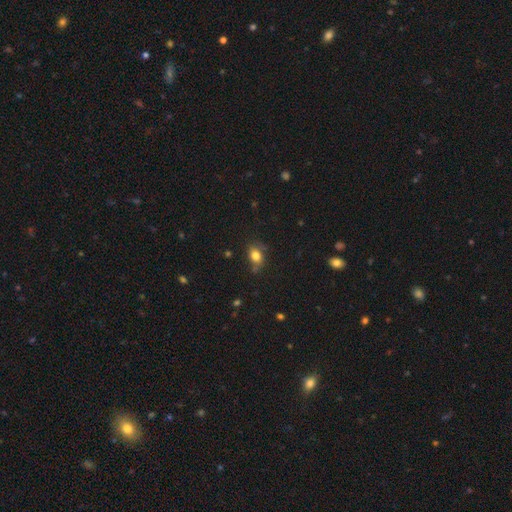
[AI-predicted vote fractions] A smooth galaxy with no disk features (79%) that is in between round and cigar-shaped (62%).

Vote fractions:
- Smooth or featured? smooth: 79% / star or artifact: 11% / featured or disk: 10%
- How rounded? in between: 62% / round: 36% / cigar-shaped: 2%
- Merging? none: 62% / minor disturbance: 27% / major disturbance: 7% / merger: 4%